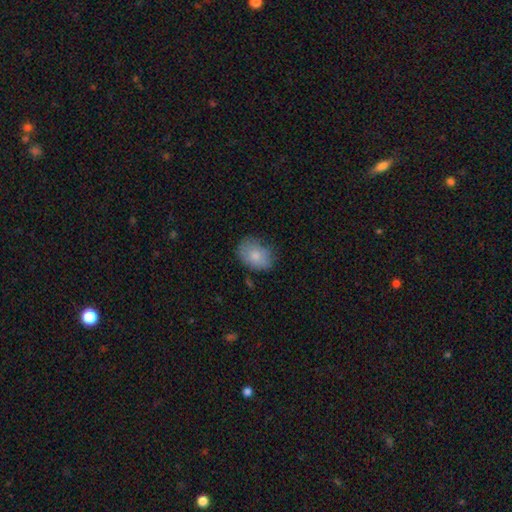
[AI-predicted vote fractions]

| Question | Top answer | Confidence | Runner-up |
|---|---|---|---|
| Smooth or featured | smooth | 81% | featured or disk (12%) |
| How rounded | in between | 74% | round (25%) |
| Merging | none | 70% | minor disturbance (22%) |